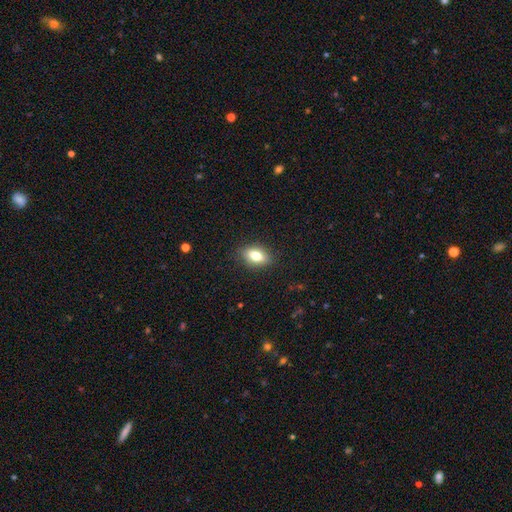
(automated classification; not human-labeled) smooth_or_featured: smooth (p=0.75) [alt: featured or disk p=0.16]
how_rounded: in between (p=0.81) [alt: round p=0.13]
merging: none (p=0.86) [alt: minor disturbance p=0.10]